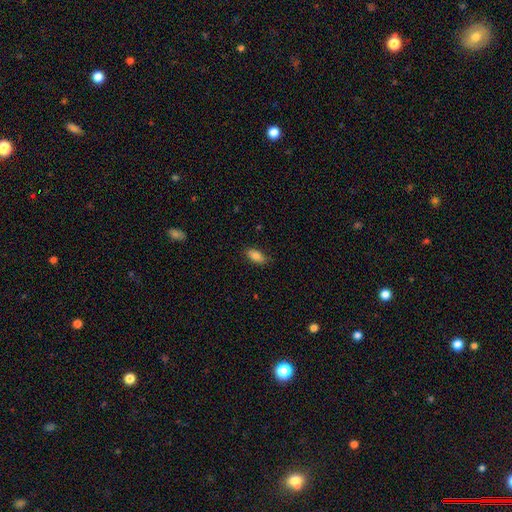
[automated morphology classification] Smooth or featured? Predicted: smooth (p=0.83). How rounded? Predicted: in between (p=0.90). Merging? Predicted: none (p=0.84).